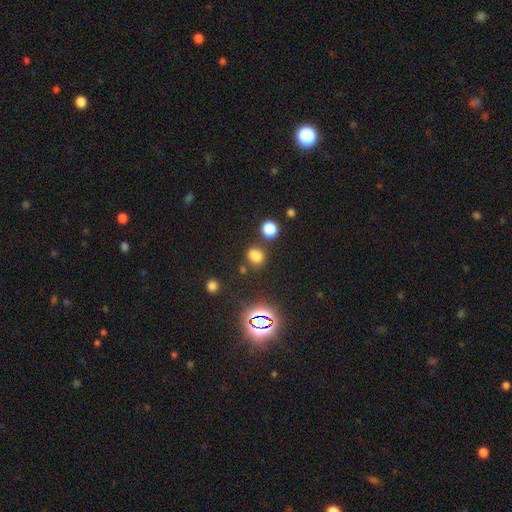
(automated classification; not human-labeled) This is likely a smooth galaxy (70%). How rounded: possibly round (57%). Merging: likely none (69%).